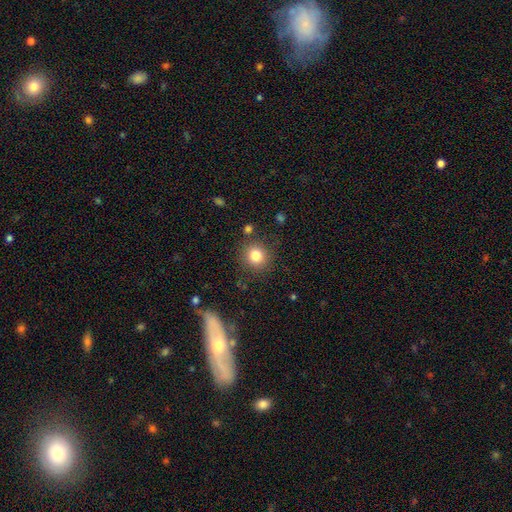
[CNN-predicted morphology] A smooth galaxy with no disk features (81%) that is round (90%). Merging: none (85%).